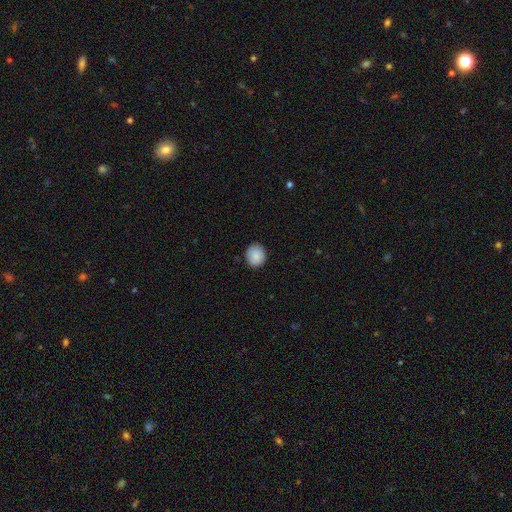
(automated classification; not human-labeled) smooth_or_featured: smooth (p=0.87) [alt: star or artifact p=0.07]
how_rounded: round (p=0.86) [alt: in between p=0.13]
merging: none (p=0.89) [alt: minor disturbance p=0.09]